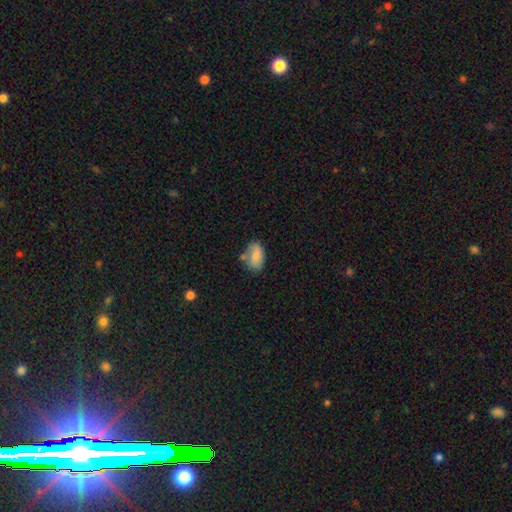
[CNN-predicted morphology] Smooth or featured: smooth — 77% (featured or disk — 16%)
How rounded: in between — 88% (round — 10%)
Merging: none — 55% (minor disturbance — 27%)